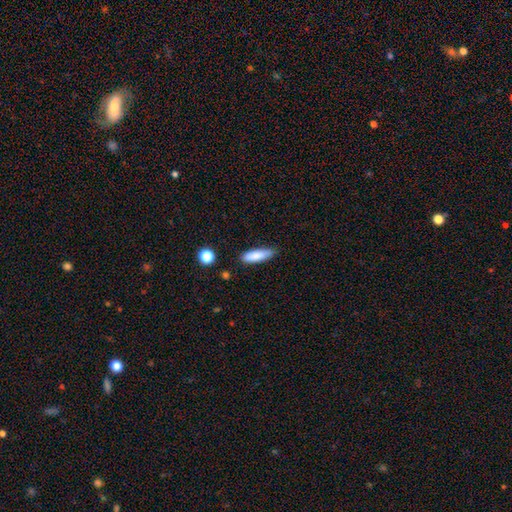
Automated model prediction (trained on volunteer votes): Smooth or featured?
  - smooth: 84% *
  - featured or disk: 9%
  - star or artifact: 7%
How rounded?
  - cigar-shaped: 59% *
  - in between: 39%
  - round: 2%
Merging?
  - none: 80% *
  - minor disturbance: 15%
  - major disturbance: 3%
  - merger: 2%